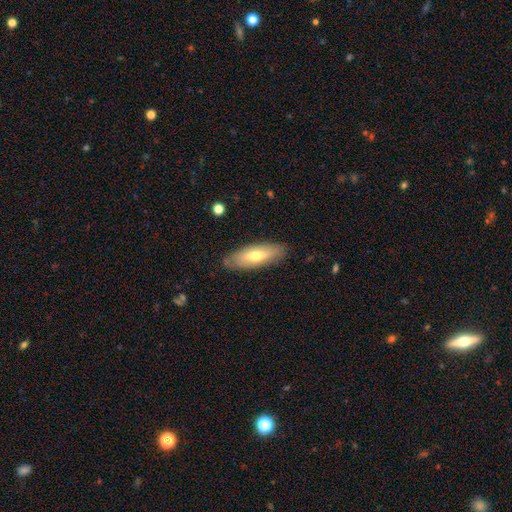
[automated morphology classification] Q: Smooth or featured?
A: smooth (57%); runner-up: featured or disk (37%)
Q: How rounded?
A: in between (64%); runner-up: cigar-shaped (34%)
Q: Merging?
A: none (84%); runner-up: minor disturbance (12%)